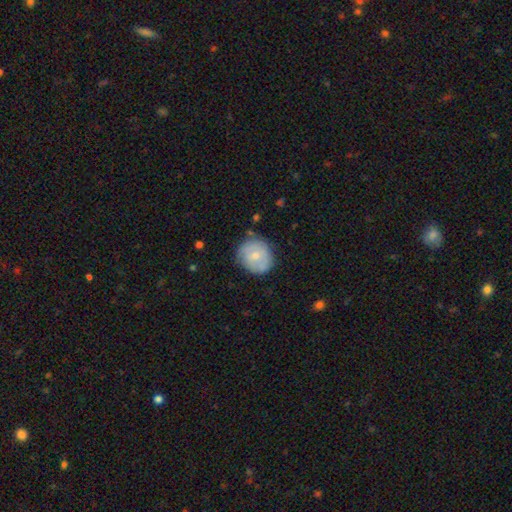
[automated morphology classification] Smooth or featured: smooth — 61% (featured or disk — 33%)
How rounded: round — 82% (in between — 17%)
Merging: none — 68% (minor disturbance — 23%)